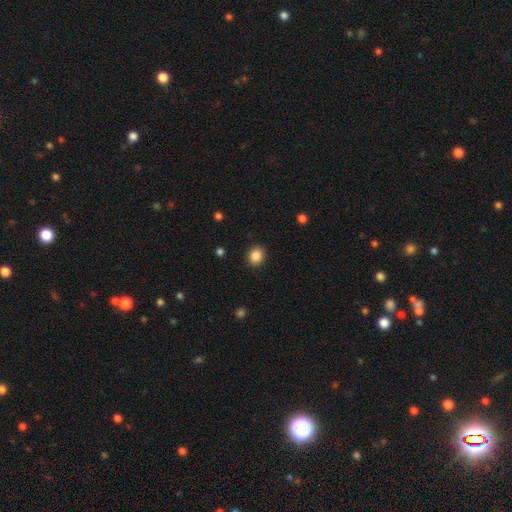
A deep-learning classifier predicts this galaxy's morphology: Smooth or featured? smooth (87%)
How rounded? round (76%)
Merging? none (89%)